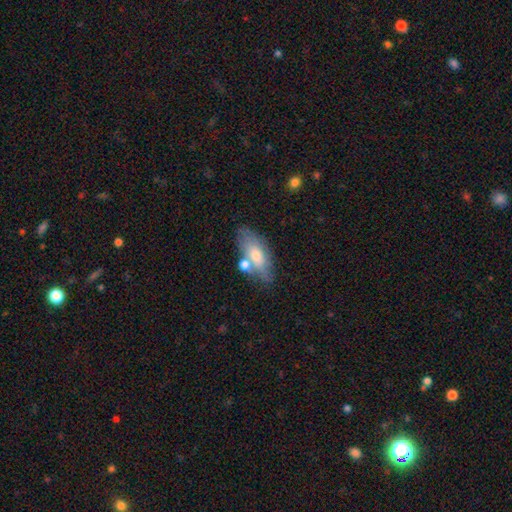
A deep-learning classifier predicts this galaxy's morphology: Smooth or featured? smooth (63%)
How rounded? in between (82%)
Merging? none (59%)